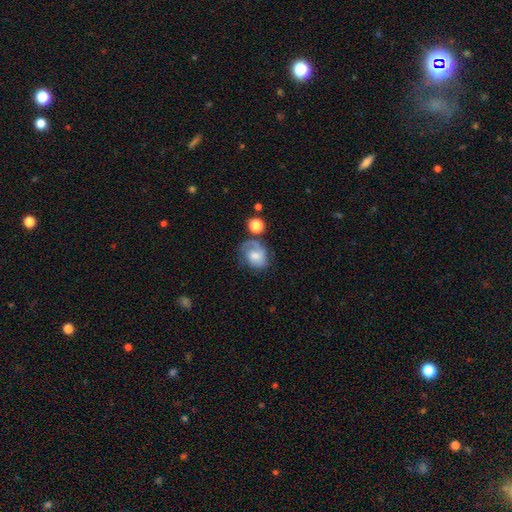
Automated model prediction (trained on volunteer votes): Overall: featured or disk (56%; smooth 34%). Edge-on disk: no (97%). Bar: no (59%; weak 35%). Spiral arms: yes (86%). Bulge size: small (40%, tied with moderate). Merging: none (48%; minor disturbance 24%).